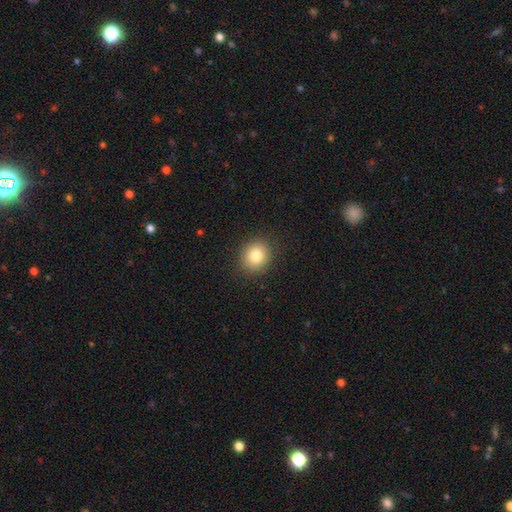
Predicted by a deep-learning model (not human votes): Overall: smooth (82%). How rounded: round (76%). Merging: none (89%).